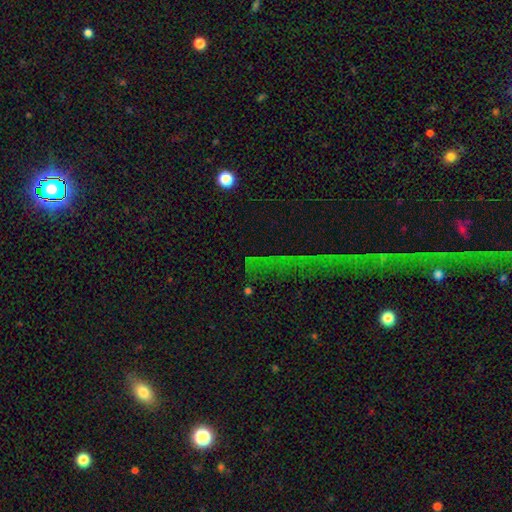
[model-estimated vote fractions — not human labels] This is likely a star or artifact rather than a galaxy (70%).